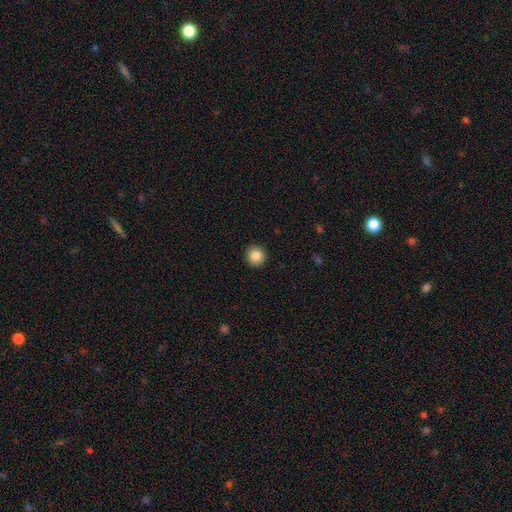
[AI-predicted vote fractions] This is clearly a smooth galaxy (85%). How rounded: clearly round (93%). Merging: clearly none (92%).